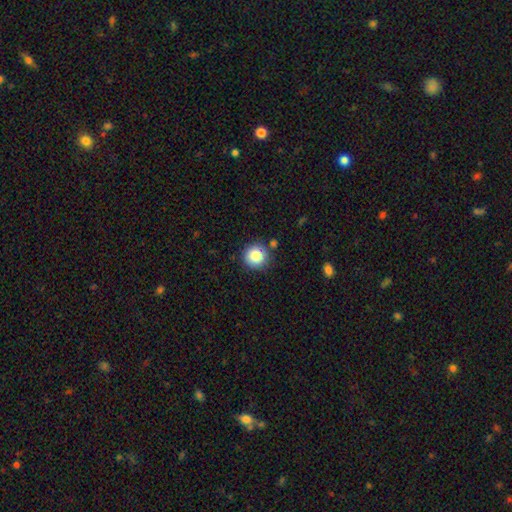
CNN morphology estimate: smooth_or_featured: smooth (p=0.85) [alt: star or artifact p=0.09]
how_rounded: round (p=0.94) [alt: in between p=0.05]
merging: none (p=0.82) [alt: minor disturbance p=0.11]